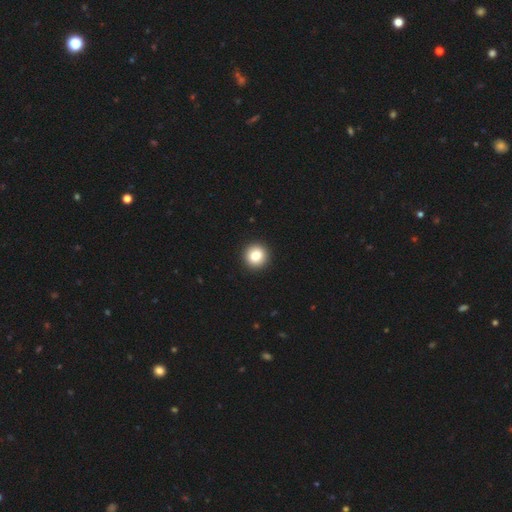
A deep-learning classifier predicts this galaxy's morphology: A smooth galaxy with no disk features (83%) that is round (95%). Merging: none (94%).